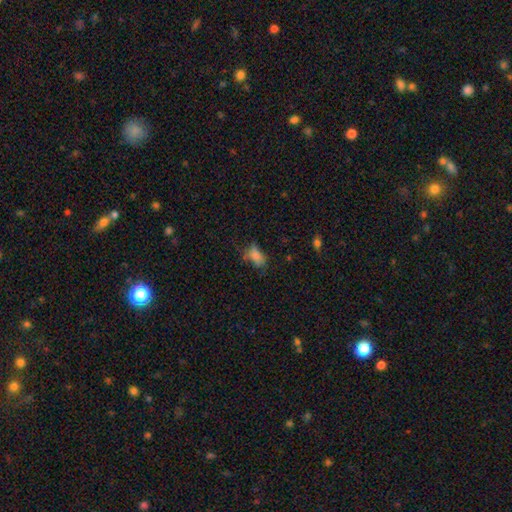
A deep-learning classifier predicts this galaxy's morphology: smooth_or_featured: smooth (p=0.69) [alt: featured or disk p=0.16]
how_rounded: in between (p=0.84) [alt: round p=0.12]
merging: none (p=0.42) [alt: minor disturbance p=0.29]